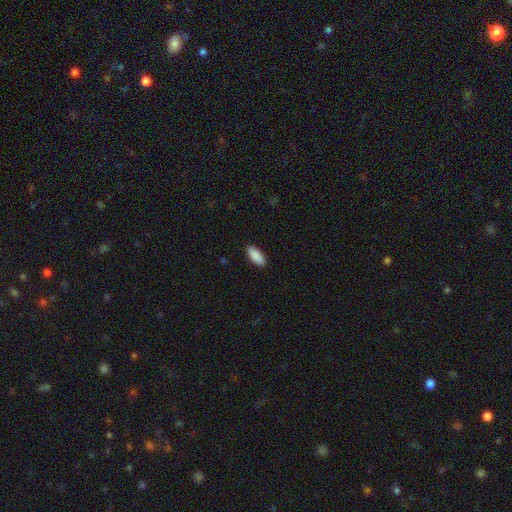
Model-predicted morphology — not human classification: This appears to be a smooth galaxy with no disk features (91%) that is in between round and cigar-shaped (85%). Merging: none (90%).